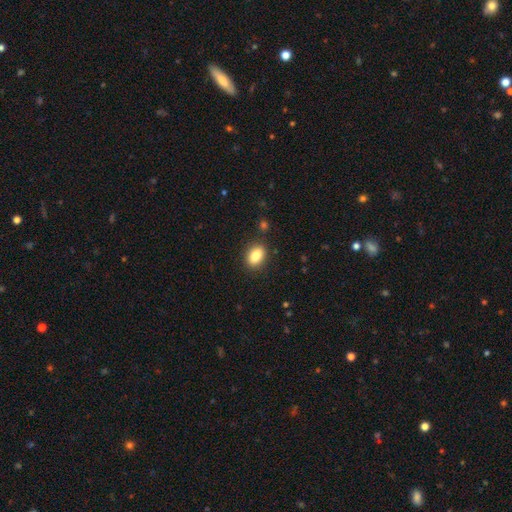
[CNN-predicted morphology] A smooth galaxy with no disk features (86%) that is in between round and cigar-shaped (84%). Merging: none (87%).